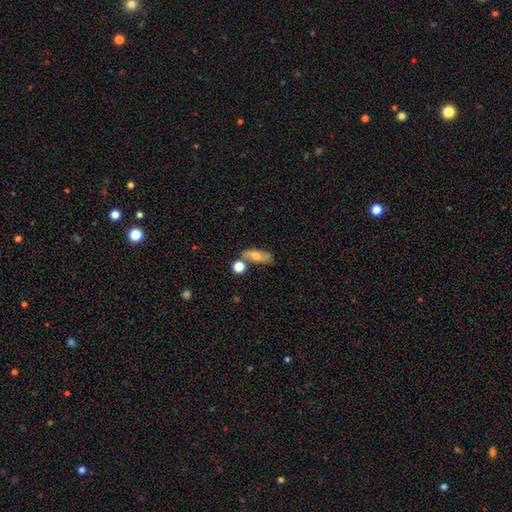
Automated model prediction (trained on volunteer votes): Smooth or featured? smooth (50%)
How rounded? in between (64%)
Merging? none (59%)